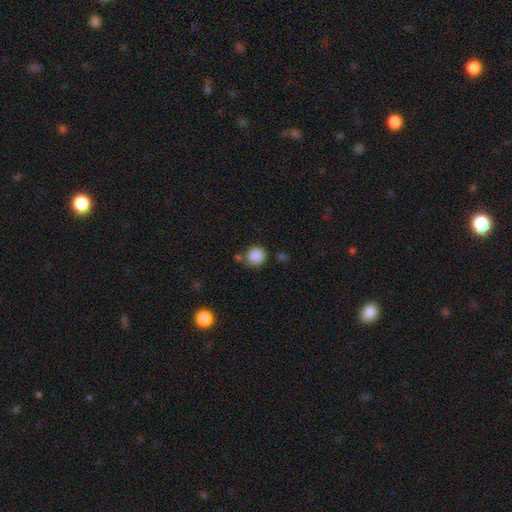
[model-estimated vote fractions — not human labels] Smooth or featured? smooth (87%)
How rounded? round (89%)
Merging? none (74%)